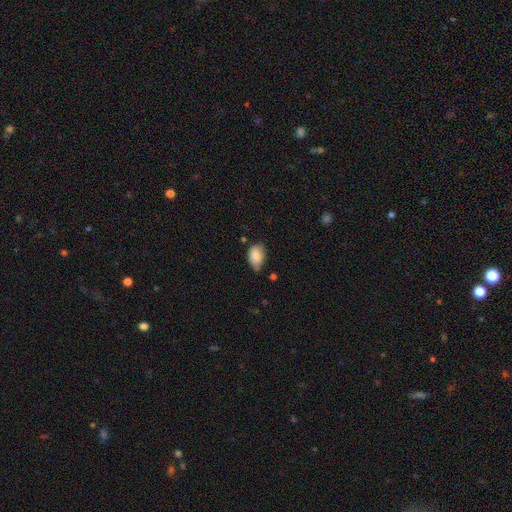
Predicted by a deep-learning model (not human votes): This is clearly a smooth galaxy (84%). How rounded: clearly in between (83%). Merging: possibly none (45%).